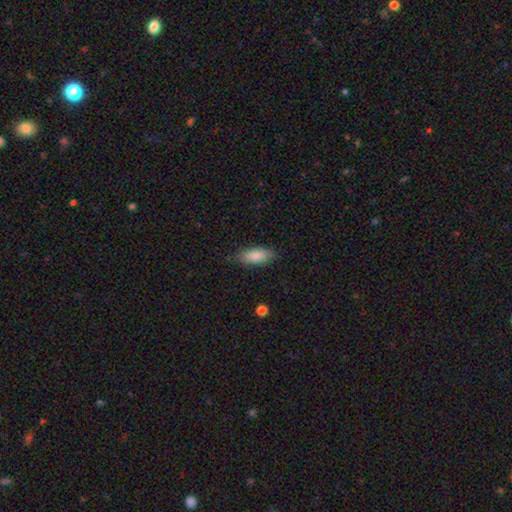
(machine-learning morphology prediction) Smooth or featured?
  - smooth: 87% *
  - featured or disk: 6%
  - star or artifact: 6%
How rounded?
  - in between: 81% *
  - cigar-shaped: 18%
  - round: 2%
Merging?
  - none: 80% *
  - minor disturbance: 16%
  - major disturbance: 3%
  - merger: 1%